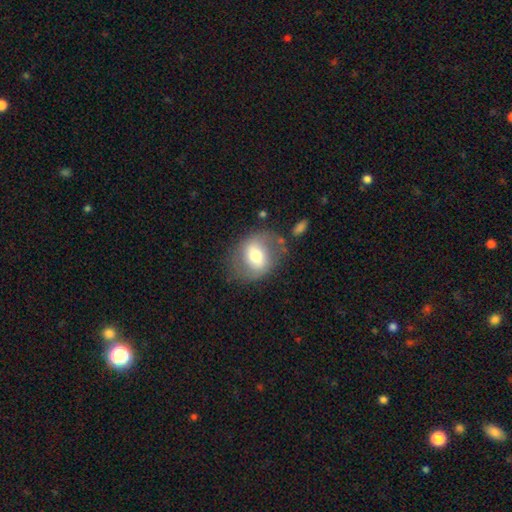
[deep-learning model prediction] The model was most divided on "smooth or featured": smooth: 50%, featured or disk: 43%, star or artifact: 7%. More confident: merging — none (68%).